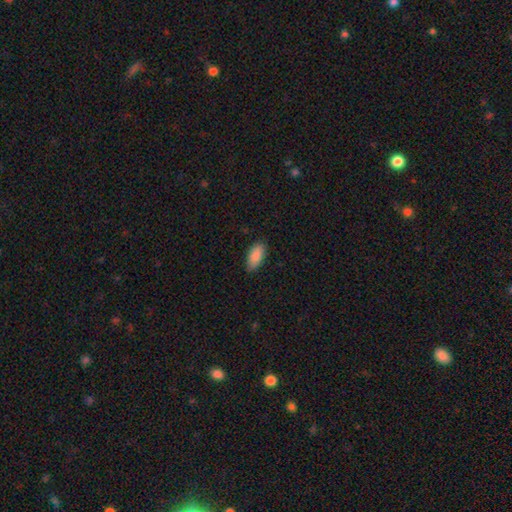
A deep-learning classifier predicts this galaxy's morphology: The model was most divided on "merging": none: 81%, minor disturbance: 15%, major disturbance: 2%, merger: 1%. More confident: how rounded — in between (89%); smooth or featured — smooth (88%).